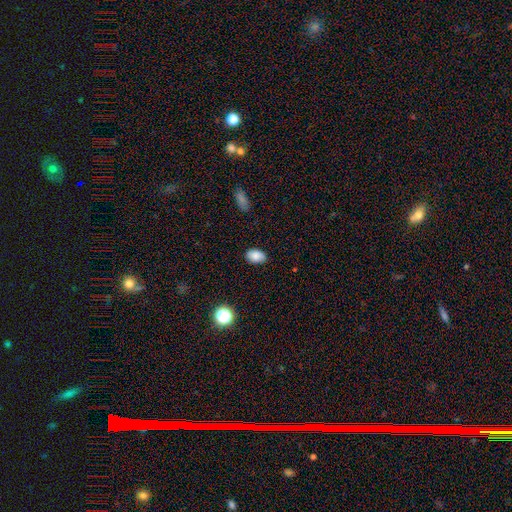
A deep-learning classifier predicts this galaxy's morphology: Smooth or featured?
  - smooth: 84% *
  - star or artifact: 9%
  - featured or disk: 7%
How rounded?
  - in between: 86% *
  - round: 13%
  - cigar-shaped: 1%
Merging?
  - none: 81% *
  - minor disturbance: 15%
  - major disturbance: 3%
  - merger: 1%